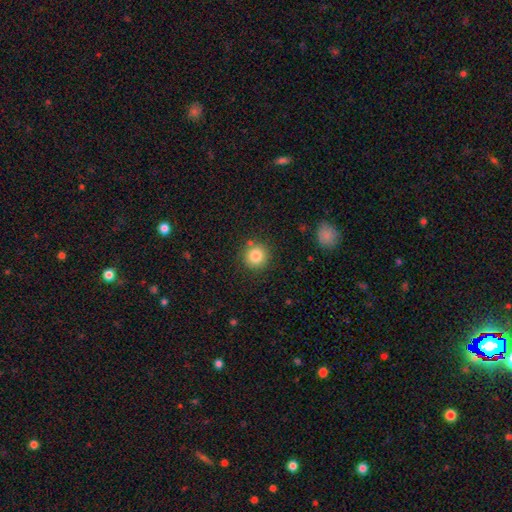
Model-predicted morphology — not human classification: A smooth galaxy with no disk features (84%) that is round (93%). Merging: none (86%).